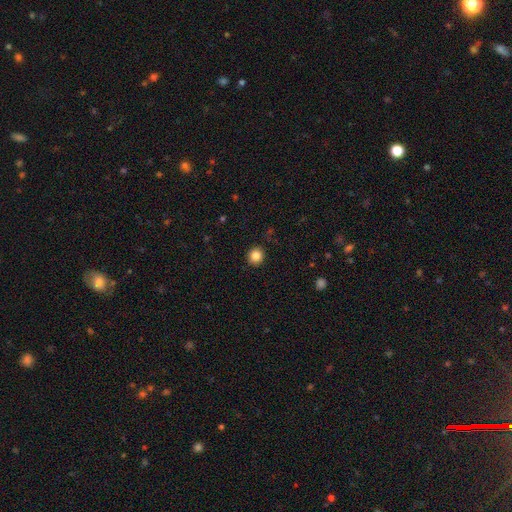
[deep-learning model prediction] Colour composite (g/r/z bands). It shows a smooth galaxy with no disk features (84%) that is round (90%). Merging: none (92%).